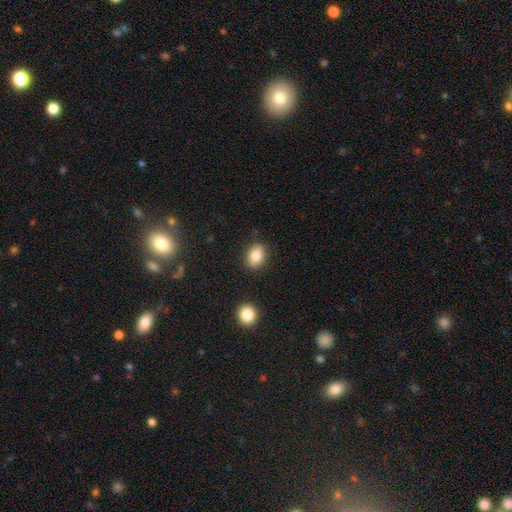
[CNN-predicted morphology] The model was most divided on "how rounded": in between: 75%, round: 23%, cigar-shaped: 2%. More confident: smooth or featured — smooth (84%); merging — none (84%).